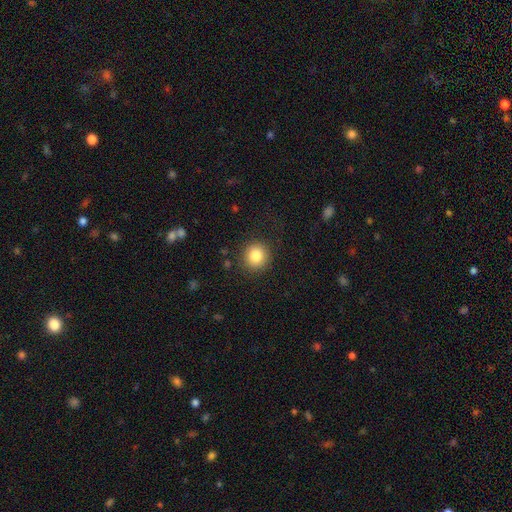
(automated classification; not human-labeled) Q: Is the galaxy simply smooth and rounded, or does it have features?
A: smooth — 84%.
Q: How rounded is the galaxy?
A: round — 91%.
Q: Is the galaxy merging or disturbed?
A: none — 89%.